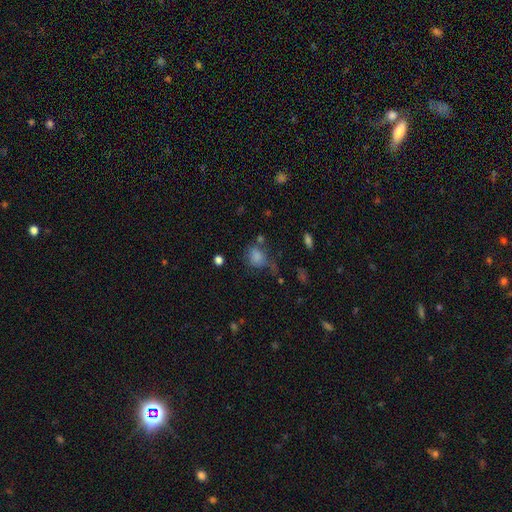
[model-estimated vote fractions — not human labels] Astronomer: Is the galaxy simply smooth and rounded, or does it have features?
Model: smooth — 72%.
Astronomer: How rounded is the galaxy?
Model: round — 58% (runner-up: in between, 40%).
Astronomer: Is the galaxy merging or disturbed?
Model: none — 50%.